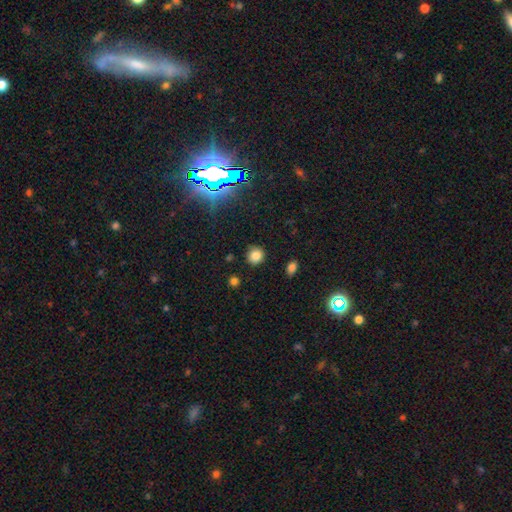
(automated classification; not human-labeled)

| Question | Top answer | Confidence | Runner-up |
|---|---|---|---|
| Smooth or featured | smooth | 82% | star or artifact (14%) |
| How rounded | round | 88% | in between (11%) |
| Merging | none | 87% | minor disturbance (9%) |